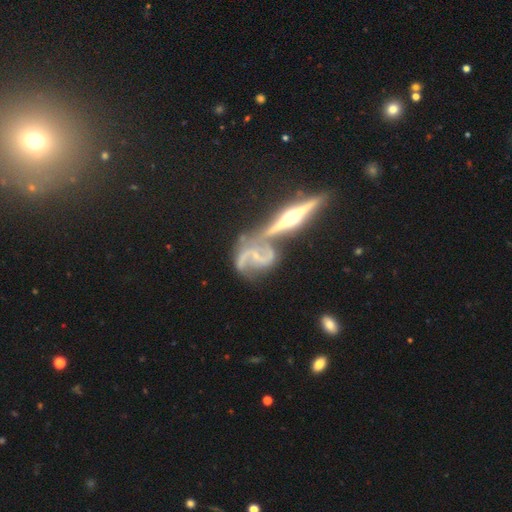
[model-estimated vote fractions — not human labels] featured or disk 89%, star or artifact 6%, smooth 5%. Down the decision tree: edge-on disk — no (85%); bar — no (42%); spiral arms — yes (94%); spiral arm count — 2 (86%); spiral winding — medium (48%); bulge size — small (73%); merging — none (52%).